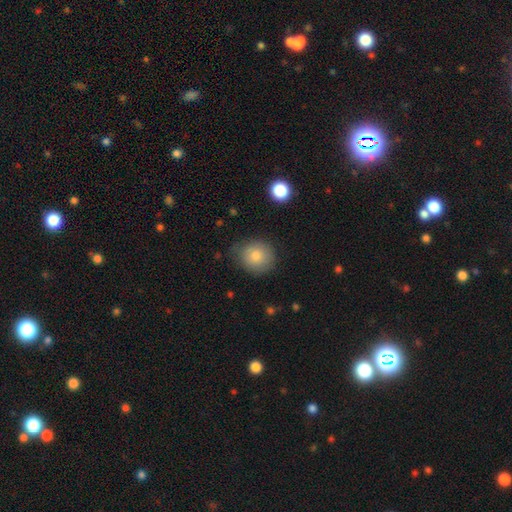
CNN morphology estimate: smooth-or-featured: smooth: 80% | featured or disk: 11% | star or artifact: 9%
  how-rounded: round: 85% | in between: 15% | cigar-shaped: 1%
  merging: none: 75% | minor disturbance: 19% | major disturbance: 5% | merger: 2%